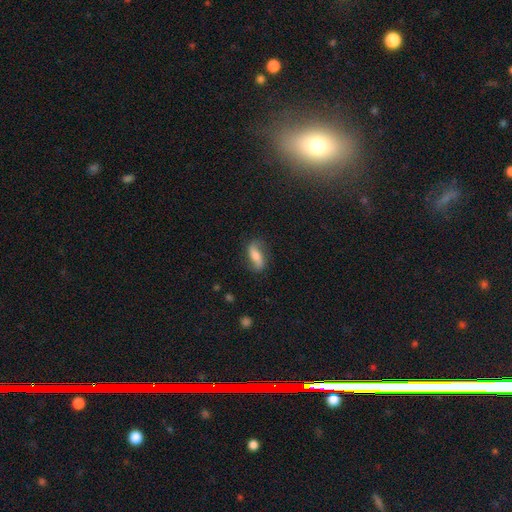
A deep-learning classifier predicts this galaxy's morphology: Smooth or featured? Predicted: smooth (p=0.49). Merging? Predicted: none (p=0.75).